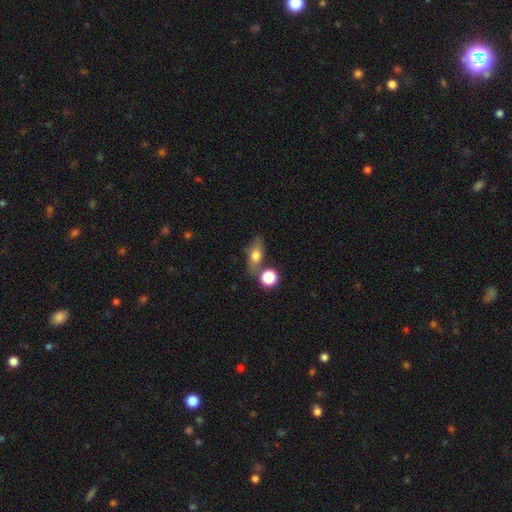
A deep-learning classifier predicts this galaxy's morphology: This is likely a smooth galaxy (68%). How rounded: likely in between (68%). Merging: possibly none (58%).